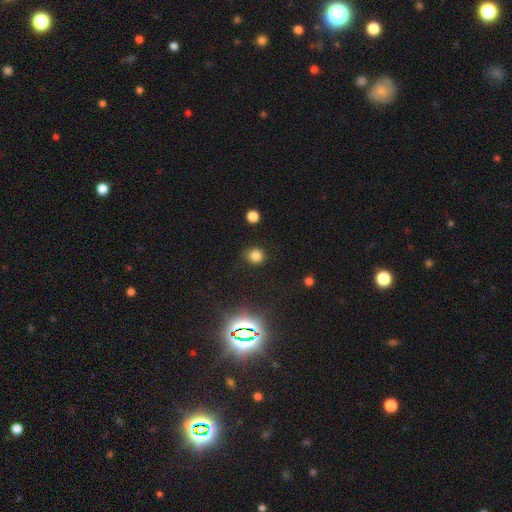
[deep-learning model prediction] This is likely a smooth galaxy (78%). How rounded: clearly round (84%). Merging: clearly none (82%).